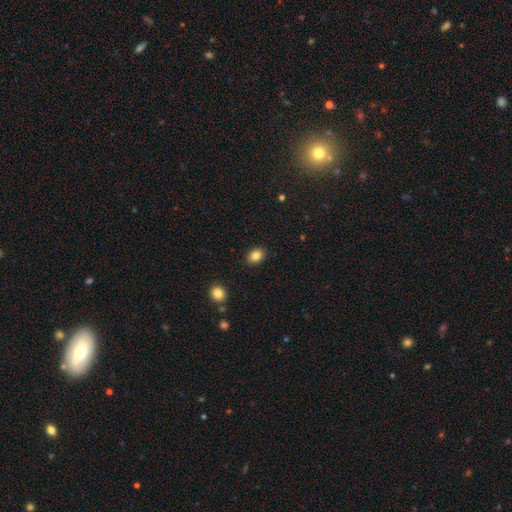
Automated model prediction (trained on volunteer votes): Smooth or featured? Predicted: smooth (p=0.84). How rounded? Predicted: in between (p=0.51). Merging? Predicted: none (p=0.90).